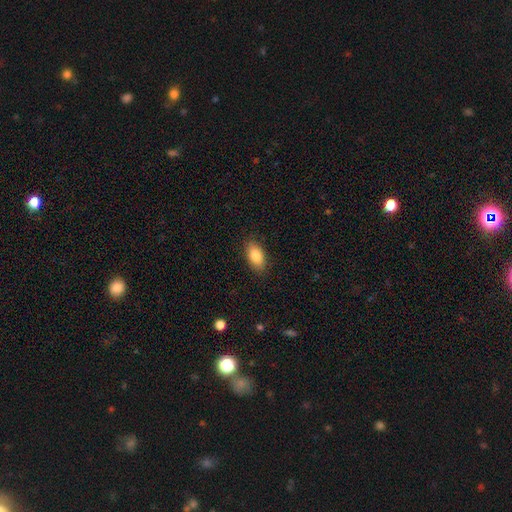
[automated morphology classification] smooth 84%, featured or disk 9%, star or artifact 7%. Down the decision tree: how rounded — in between (91%); merging — none (89%).